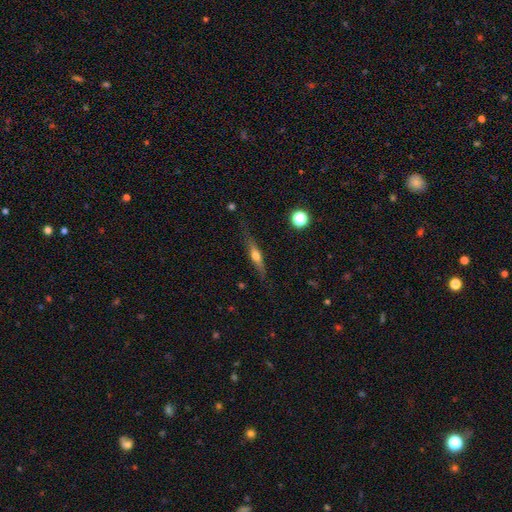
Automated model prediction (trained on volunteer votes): featured or disk 57%, smooth 36%, star or artifact 7%. Down the decision tree: edge-on disk — yes (93%); edge-on bulge — rounded (88%); merging — none (77%).